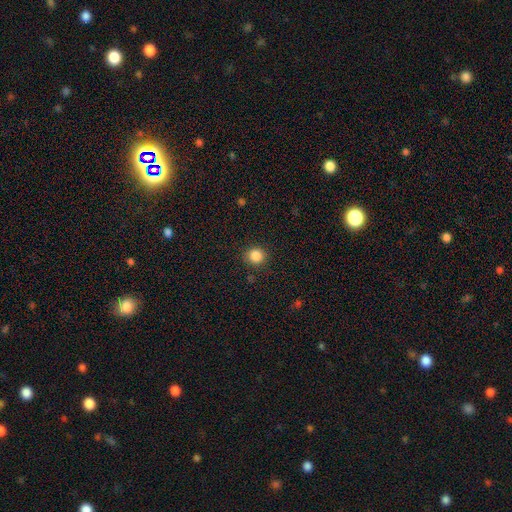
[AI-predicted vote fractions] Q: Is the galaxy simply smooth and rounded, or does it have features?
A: smooth — 85%.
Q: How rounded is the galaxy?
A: round — 89%.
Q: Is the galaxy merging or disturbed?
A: none — 89%.